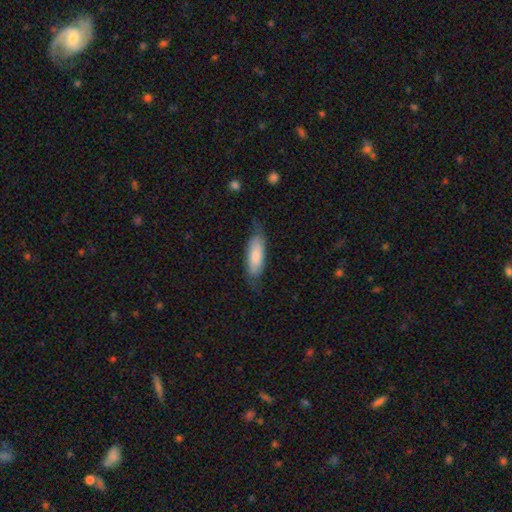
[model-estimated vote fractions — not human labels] Smooth or featured: smooth — 75% (featured or disk — 20%)
How rounded: in between — 66% (cigar-shaped — 32%)
Merging: none — 65% (minor disturbance — 25%)